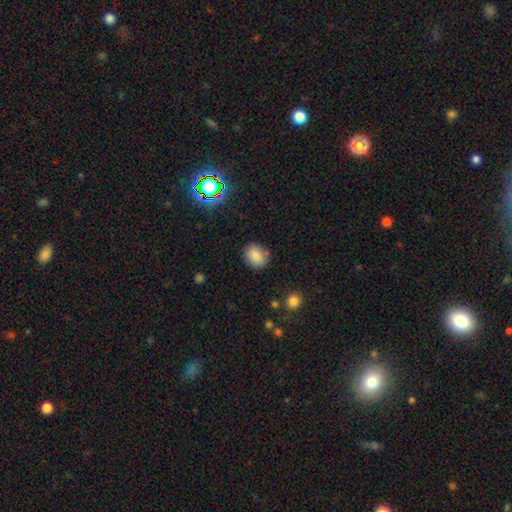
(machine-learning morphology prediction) smooth 82%, star or artifact 11%, featured or disk 7%. Down the decision tree: how rounded — round (61%); merging — none (80%).